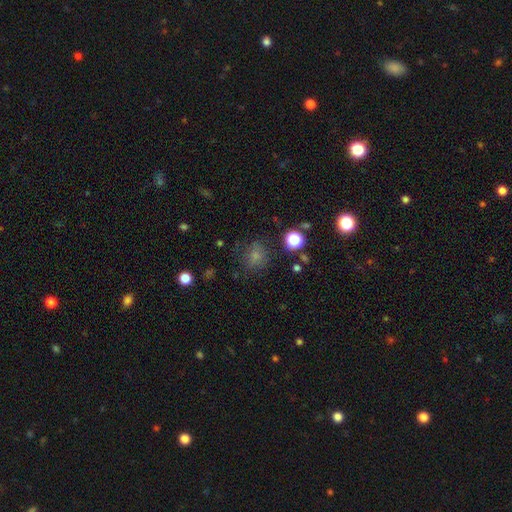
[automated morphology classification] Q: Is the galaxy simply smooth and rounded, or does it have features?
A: smooth — 71%.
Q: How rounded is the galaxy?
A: round — 74%.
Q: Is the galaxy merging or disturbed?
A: none — 73%.